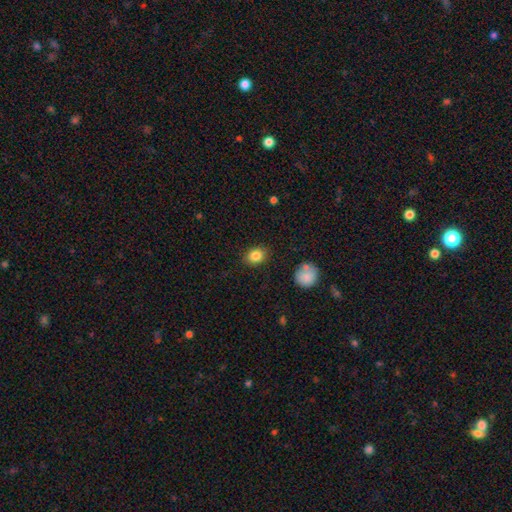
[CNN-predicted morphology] Smooth or featured? smooth (84%)
How rounded? in between (51%)
Merging? none (87%)